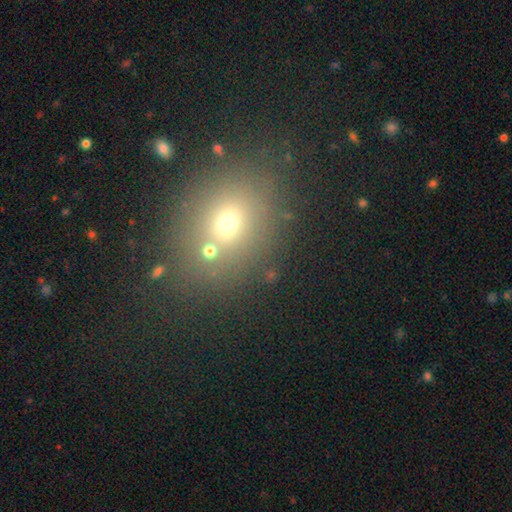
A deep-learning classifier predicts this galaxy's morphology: Overall: smooth (58%; star or artifact 28%). How rounded: round (51%; in between 48%). Merging: none (72%).